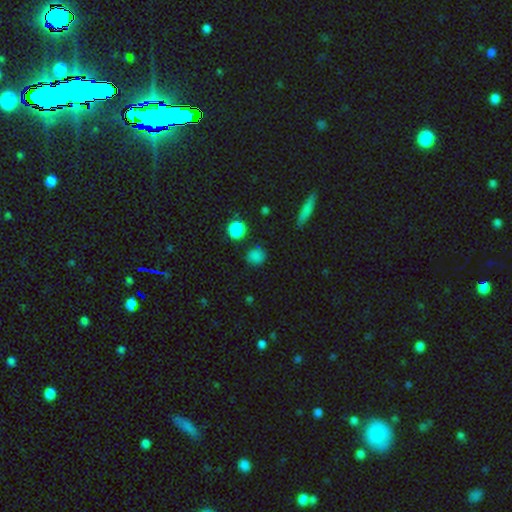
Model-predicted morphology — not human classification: The model was most divided on "smooth or featured": smooth: 80%, star or artifact: 16%, featured or disk: 5%. More confident: how rounded — round (81%); merging — none (81%).